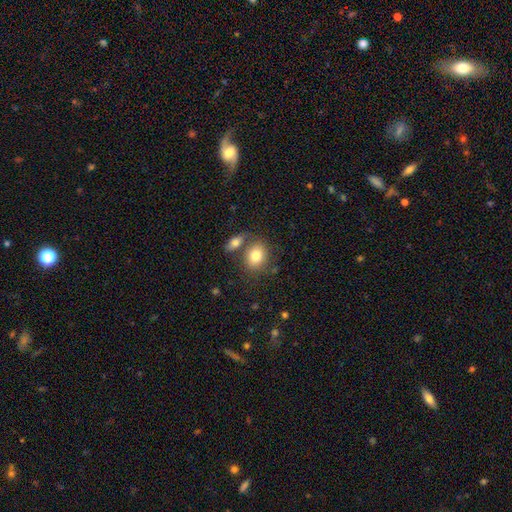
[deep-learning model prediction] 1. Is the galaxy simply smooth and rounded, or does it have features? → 80% smooth, 12% featured or disk, 8% star or artifact.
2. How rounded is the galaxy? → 57% in between, 42% round, 1% cigar-shaped.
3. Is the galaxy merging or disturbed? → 58% none, 27% merger, 11% minor disturbance, 4% major disturbance.